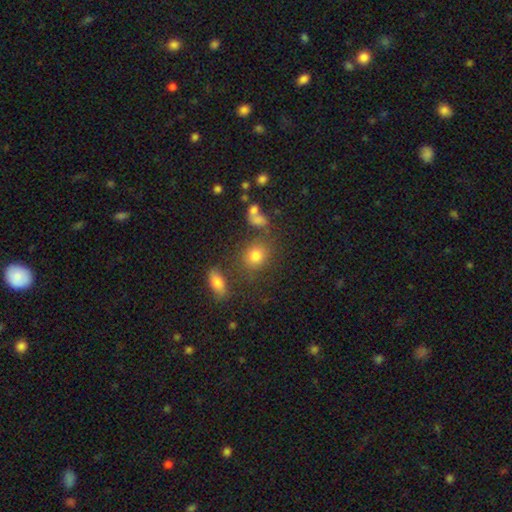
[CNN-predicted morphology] Overall: smooth (77%). How rounded: round (67%; in between 31%). Merging: none (70%).